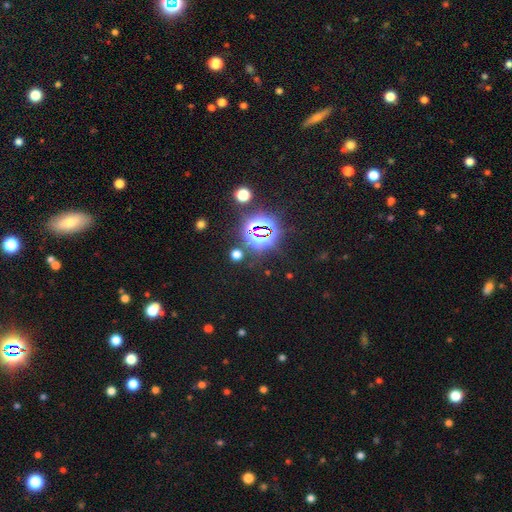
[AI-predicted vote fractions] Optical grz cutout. It shows a star or artifact, not a galaxy (79%).